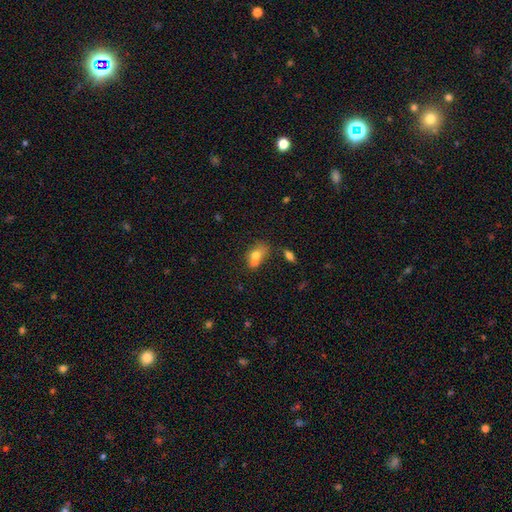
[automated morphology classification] Smooth or featured? smooth (71%)
How rounded? in between (73%)
Merging? merger (40%)